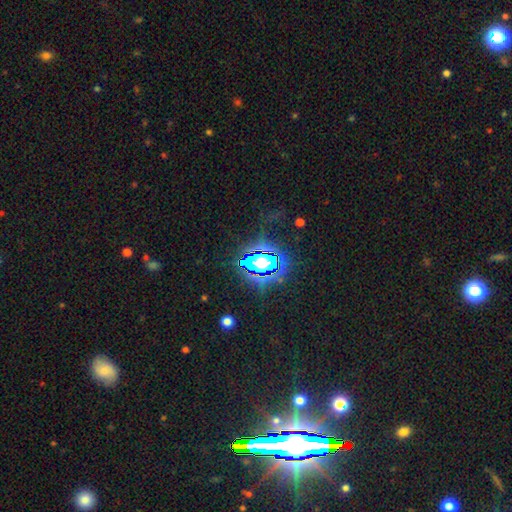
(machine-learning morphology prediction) smooth-or-featured: star or artifact: 75% | smooth: 15% | featured or disk: 10%